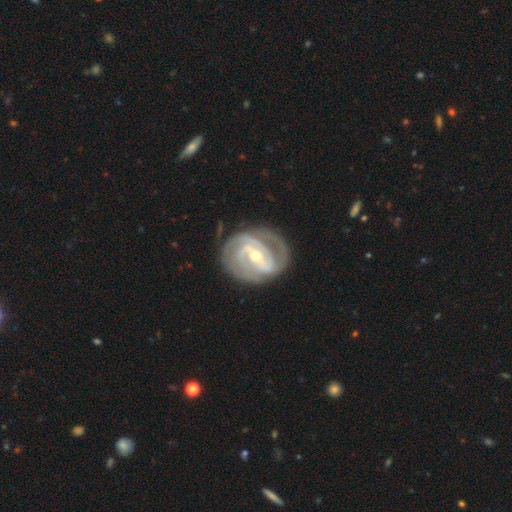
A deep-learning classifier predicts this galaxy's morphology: Smooth or featured? Predicted: featured or disk (p=0.90). Edge-on disk? Predicted: no (p=0.97). Bar? Predicted: weak (p=0.41). Spiral arms? Predicted: yes (p=0.97). Spiral winding? Predicted: tight (p=0.60). Spiral arm count? Predicted: 2 (p=0.40). Bulge size? Predicted: small (p=0.49). Merging? Predicted: none (p=0.75).